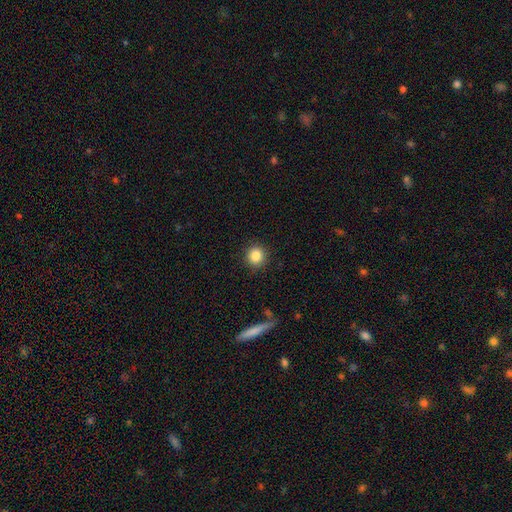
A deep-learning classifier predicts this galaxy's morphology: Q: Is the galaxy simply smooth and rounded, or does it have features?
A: smooth — 85%.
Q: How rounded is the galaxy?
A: round — 92%.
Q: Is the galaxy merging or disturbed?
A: none — 90%.